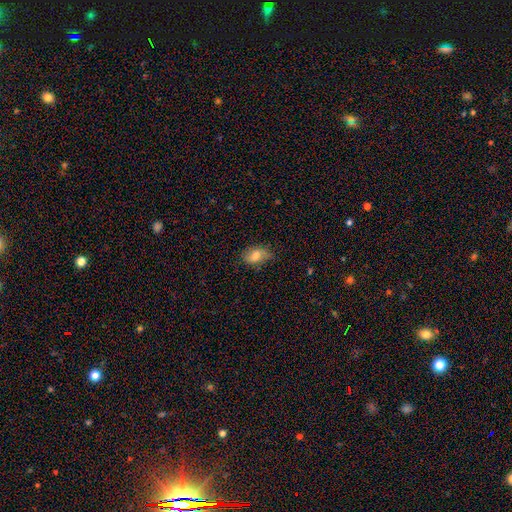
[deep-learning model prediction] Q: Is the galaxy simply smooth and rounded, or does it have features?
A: smooth — 73%.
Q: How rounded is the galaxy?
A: in between — 86%.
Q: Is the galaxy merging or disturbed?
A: none — 68%.